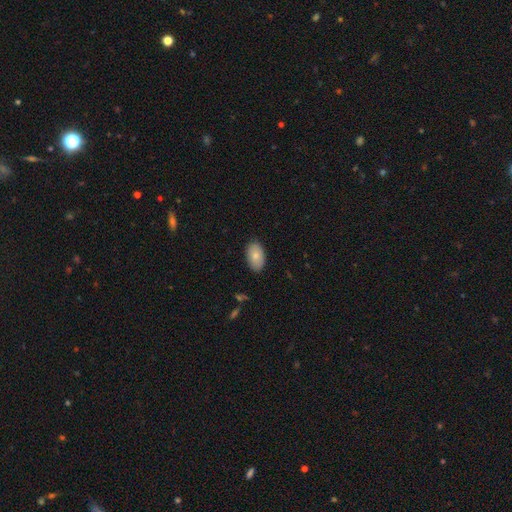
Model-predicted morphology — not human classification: Smooth or featured?
  - smooth: 81% *
  - featured or disk: 13%
  - star or artifact: 6%
How rounded?
  - in between: 93% *
  - round: 5%
  - cigar-shaped: 1%
Merging?
  - none: 85% *
  - minor disturbance: 12%
  - major disturbance: 2%
  - merger: 1%